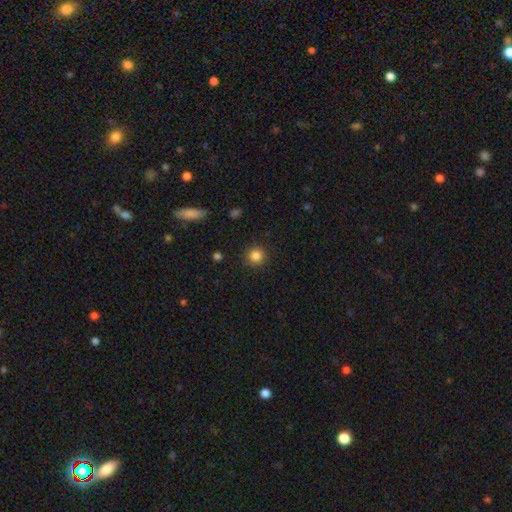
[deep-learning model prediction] Morphology: type=smooth (84%); roundness=round (93%); merging=none (91%).